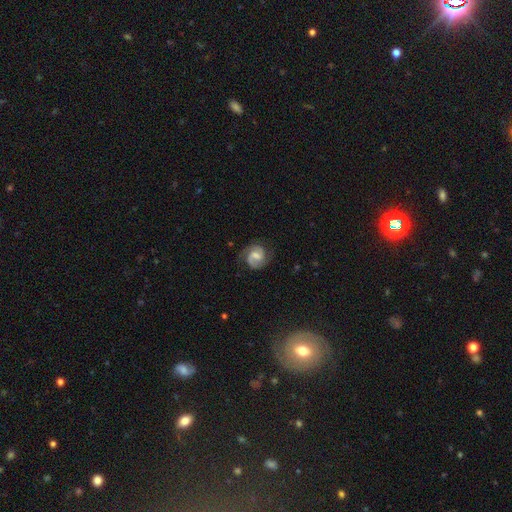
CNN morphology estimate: smooth-or-featured: featured or disk: 84% | smooth: 10% | star or artifact: 5%
  disk-edge-on: no: 98% | yes: 2%
    bar: weak: 53% | no: 34% | strong: 13%
    has-spiral-arms: yes: 97% | no: 3%
      spiral-winding: medium: 51% | tight: 33% | loose: 16%
      spiral-arm-count: 2: 88% | 1: 5% | can't tell: 4% | 3: 2% | 4: 1% | more than 4: 1%
    bulge-size: moderate: 43% | small: 36% | none: 15% | large: 6% | dominant: 1%
  merging: none: 76% | minor disturbance: 16% | major disturbance: 6% | merger: 1%